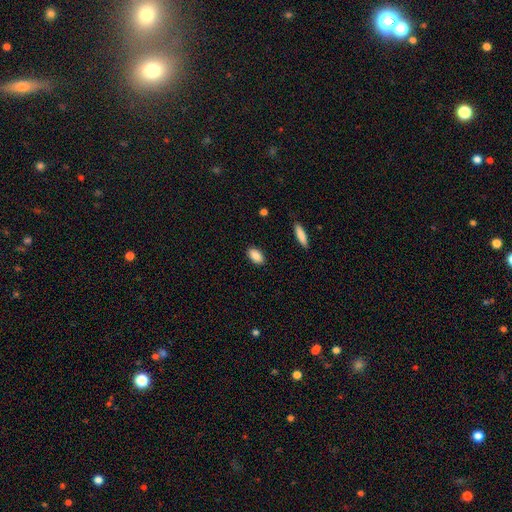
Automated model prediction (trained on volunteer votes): The model was most divided on "merging": none: 88%, minor disturbance: 8%, major disturbance: 2%, merger: 1%. More confident: how rounded — in between (91%); smooth or featured — smooth (88%).